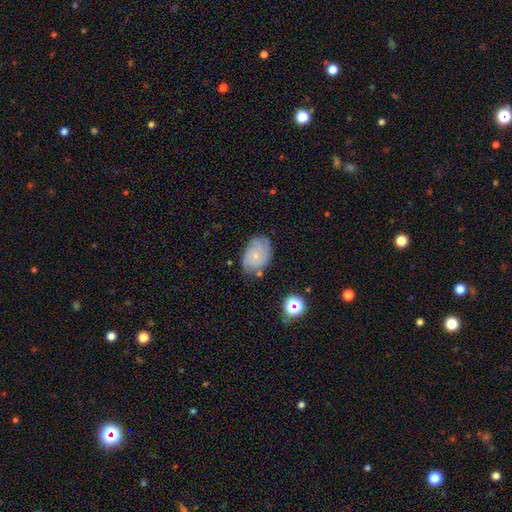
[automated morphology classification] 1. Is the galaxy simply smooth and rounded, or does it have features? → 58% featured or disk, 32% smooth, 9% star or artifact.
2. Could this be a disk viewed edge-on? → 97% no, 3% yes.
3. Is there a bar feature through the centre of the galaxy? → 79% no, 18% weak, 3% strong.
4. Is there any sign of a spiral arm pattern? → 88% yes, 12% no.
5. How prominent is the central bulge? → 76% small, 18% moderate, 4% none, 1% large, 1% dominant.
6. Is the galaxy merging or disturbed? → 67% none, 23% minor disturbance, 6% major disturbance, 3% merger.